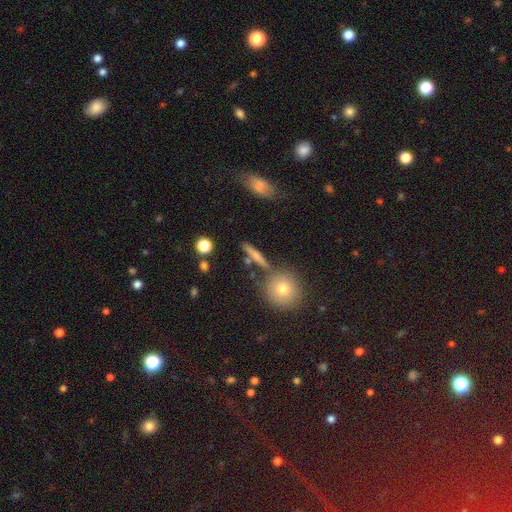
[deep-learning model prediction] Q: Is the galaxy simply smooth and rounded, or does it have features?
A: smooth — 58%.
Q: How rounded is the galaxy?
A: cigar-shaped — 71%.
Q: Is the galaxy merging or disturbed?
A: none — 75%.